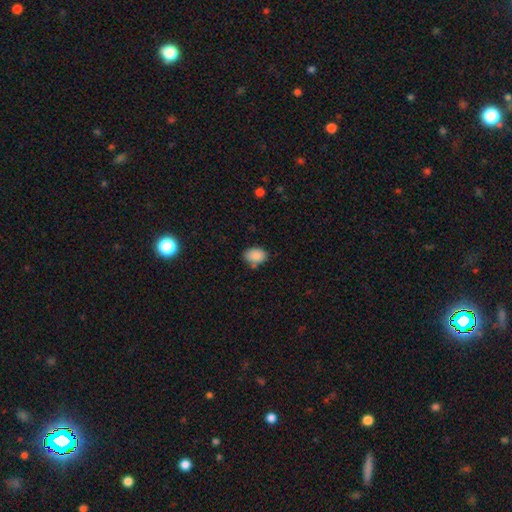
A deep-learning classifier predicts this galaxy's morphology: This is clearly a smooth galaxy (88%). How rounded: clearly in between (80%). Merging: likely none (71%).